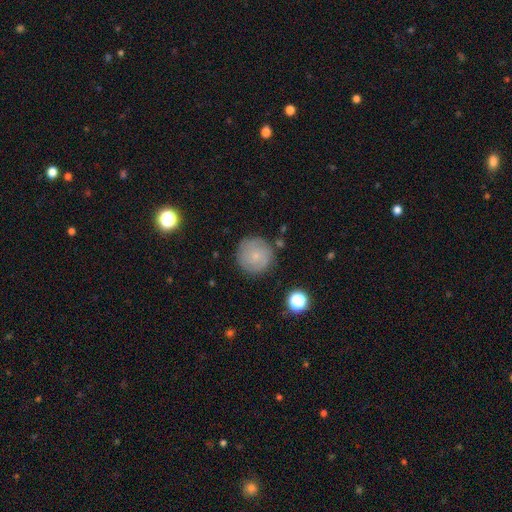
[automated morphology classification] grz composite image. It shows a smooth galaxy with no disk features (54%) that is round (95%). Merging: none (83%).